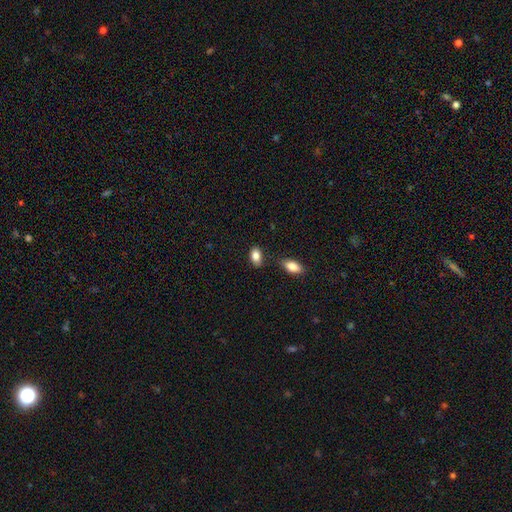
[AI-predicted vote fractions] Smooth or featured? smooth (85%)
How rounded? in between (89%)
Merging? none (74%)